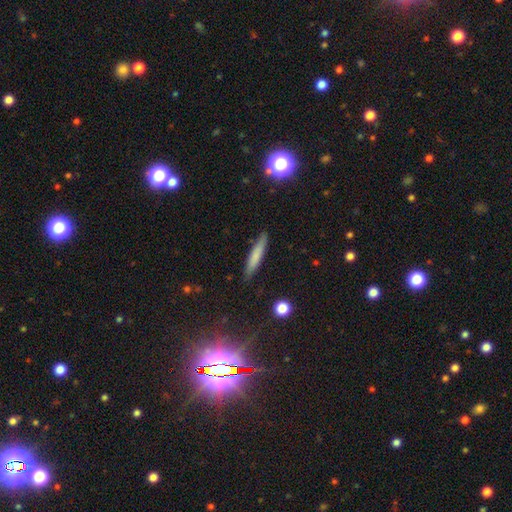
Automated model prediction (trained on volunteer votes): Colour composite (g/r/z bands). It shows a smooth galaxy with no disk features (72%) that is cigar-shaped (91%). Merging: none (87%).